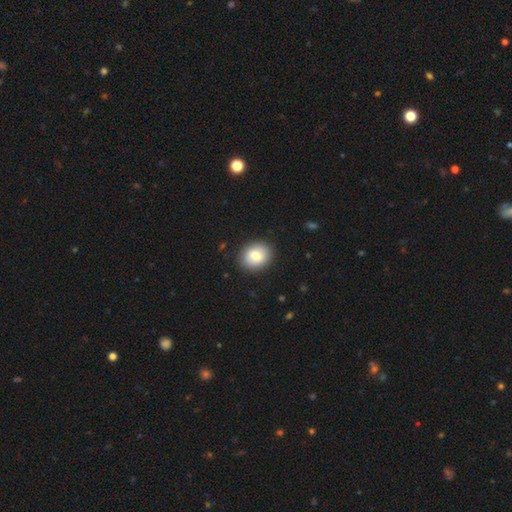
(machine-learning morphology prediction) smooth_or_featured: smooth (p=0.78) [alt: featured or disk p=0.14]
how_rounded: round (p=0.60) [alt: in between p=0.39]
merging: none (p=0.90) [alt: minor disturbance p=0.07]